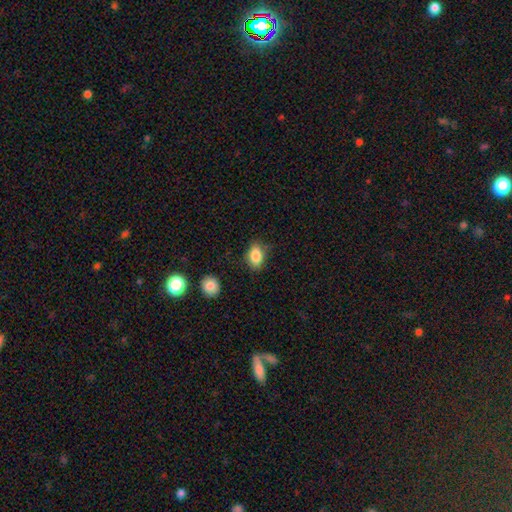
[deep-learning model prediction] A smooth galaxy with no disk features (86%) that is in between round and cigar-shaped (86%). Merging: none (79%).